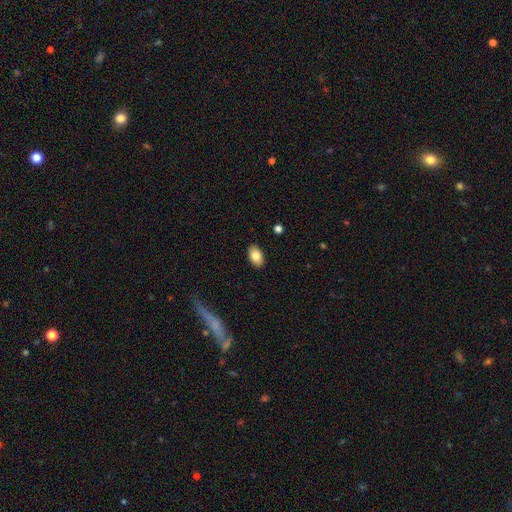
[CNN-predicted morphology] Smooth or featured? Predicted: smooth (p=0.82). How rounded? Predicted: in between (p=0.90). Merging? Predicted: none (p=0.89).